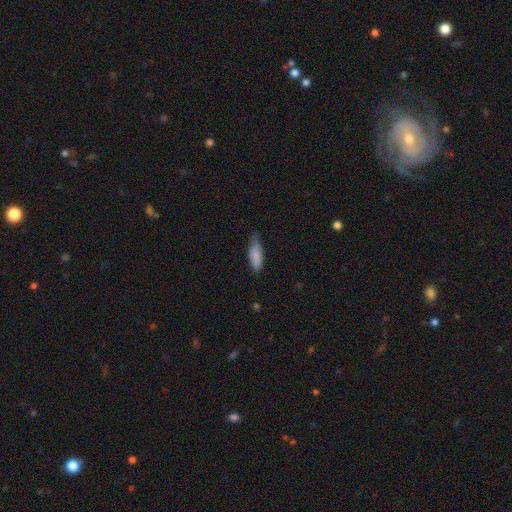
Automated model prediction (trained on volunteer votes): The model was most divided on "merging": none: 62%, minor disturbance: 31%, major disturbance: 5%, merger: 1%. More confident: smooth or featured — smooth (86%); how rounded — in between (71%).